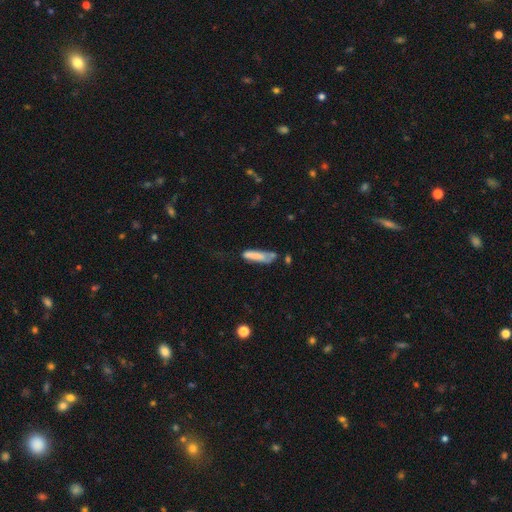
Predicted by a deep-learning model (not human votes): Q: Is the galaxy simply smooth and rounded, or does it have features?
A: smooth — 72%.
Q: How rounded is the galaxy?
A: cigar-shaped — 75%.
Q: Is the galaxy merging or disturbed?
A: none — 38%.